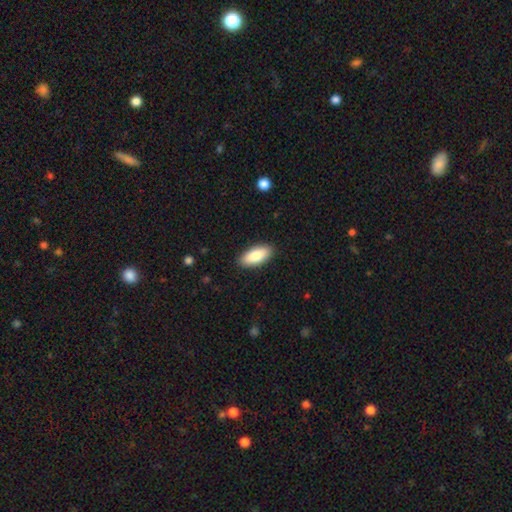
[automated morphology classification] This appears to be a smooth galaxy with no disk features (86%) that is in between round and cigar-shaped (86%). Merging: none (89%).